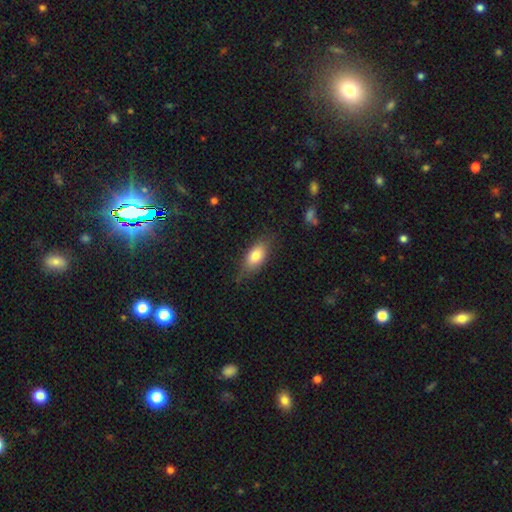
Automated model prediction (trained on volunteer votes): A smooth galaxy with no disk features (79%) that is in between round and cigar-shaped (86%). Merging: none (72%).